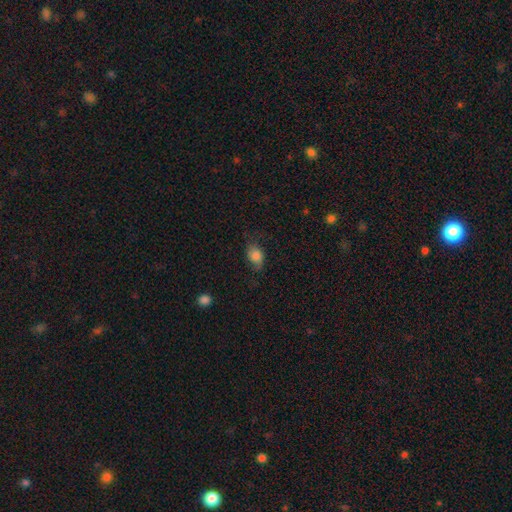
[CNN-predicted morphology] A smooth galaxy with no disk features (78%) that is in between round and cigar-shaped (73%).

Vote fractions:
- Smooth or featured? smooth: 78% / featured or disk: 13% / star or artifact: 9%
- How rounded? in between: 73% / round: 26% / cigar-shaped: 2%
- Merging? none: 60% / minor disturbance: 26% / major disturbance: 12% / merger: 2%